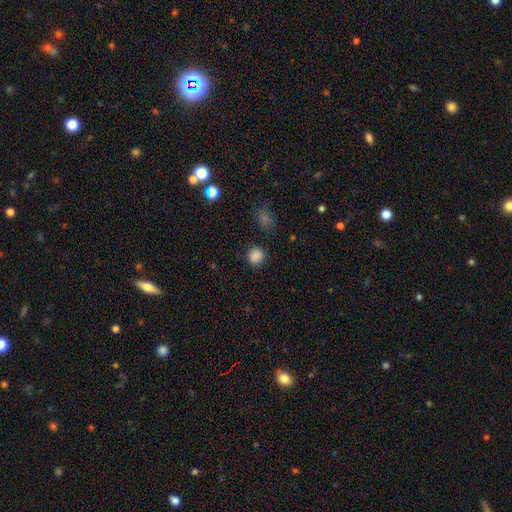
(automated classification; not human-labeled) This is clearly a smooth galaxy (83%). How rounded: likely round (75%). Merging: clearly none (82%).